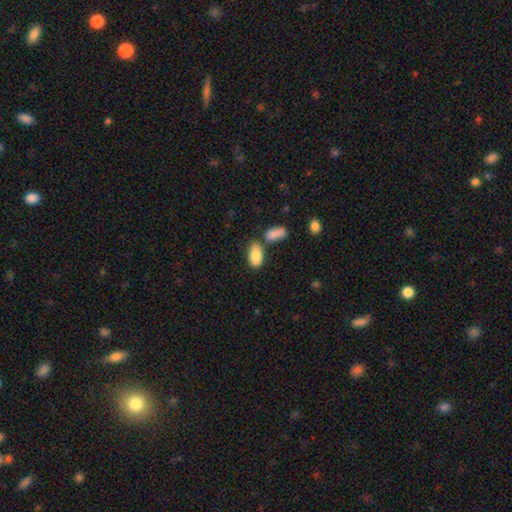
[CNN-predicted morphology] type=smooth (87%); roundness=in between (92%); merging=none (59%).